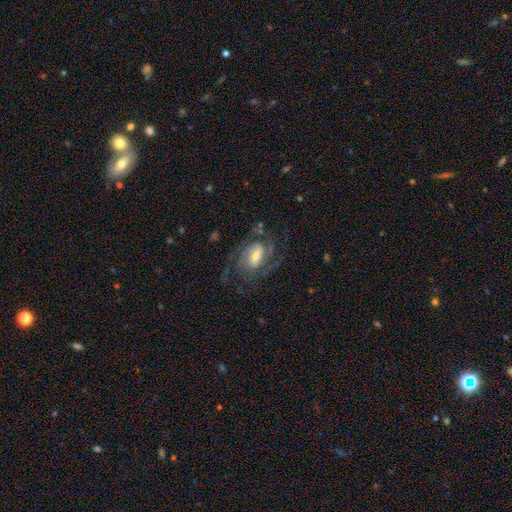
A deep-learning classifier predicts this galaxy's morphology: smooth_or_featured: featured or disk (p=0.85) [alt: smooth p=0.09]
disk_edge_on: no (p=0.97) [alt: yes p=0.03]
bar: weak (p=0.48) [alt: no p=0.29]
has_spiral_arms: yes (p=0.96) [alt: no p=0.04]
spiral_winding: medium (p=0.48) [alt: tight p=0.36]
spiral_arm_count: 2 (p=0.37) [alt: 3 p=0.28]
bulge_size: moderate (p=0.52) [alt: small p=0.35]
merging: none (p=0.66) [alt: minor disturbance p=0.16]